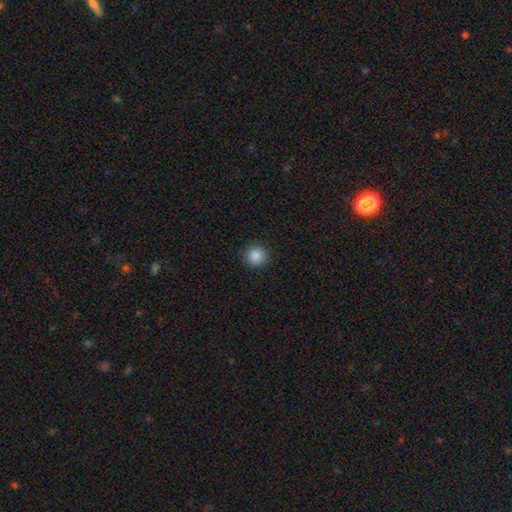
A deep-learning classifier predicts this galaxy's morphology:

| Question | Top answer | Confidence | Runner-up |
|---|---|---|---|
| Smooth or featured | smooth | 87% | star or artifact (10%) |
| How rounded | round | 93% | in between (6%) |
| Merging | none | 92% | minor disturbance (5%) |